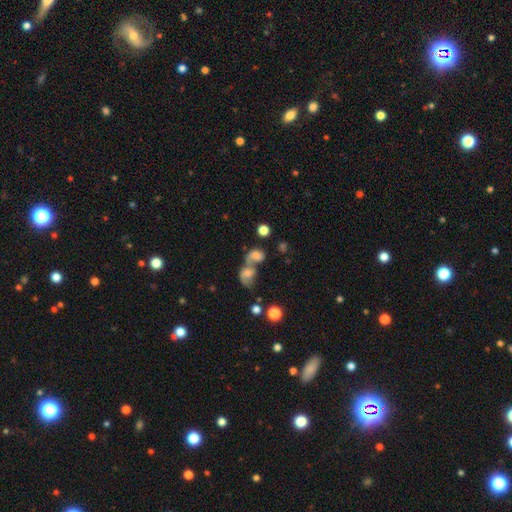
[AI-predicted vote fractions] A smooth galaxy with no disk features (65%) that is in between round and cigar-shaped (55%). Merging: merger (69%).